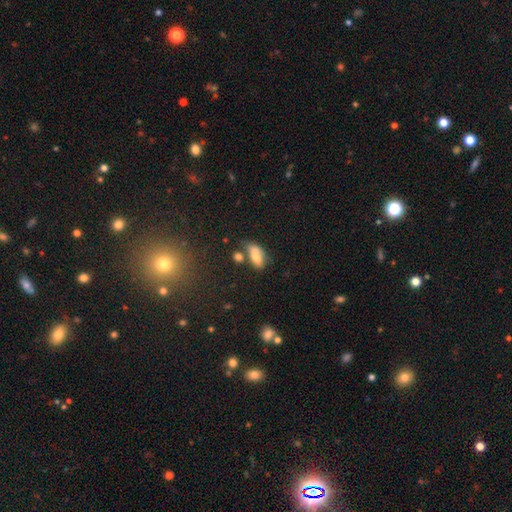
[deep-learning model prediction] Morphology: type=smooth (67%); roundness=in between (87%); merging=none (38%).